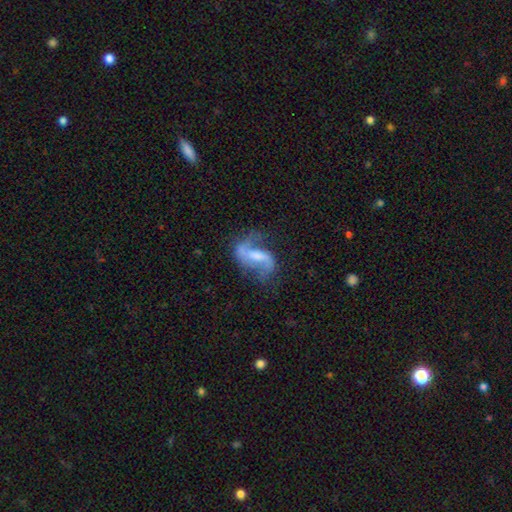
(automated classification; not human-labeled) This appears to be a featured or disk galaxy (84%) with a weak bar (42%), 2 (89%) loose (62%) spiral arms (94%) and a small central bulge (38%). Merging: none (61%).